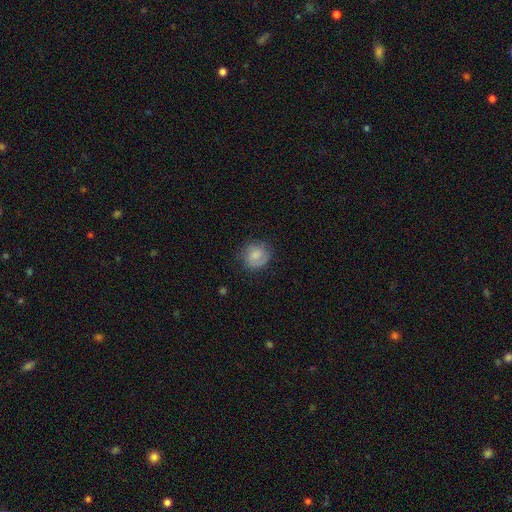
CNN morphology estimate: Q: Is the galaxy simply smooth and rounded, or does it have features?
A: smooth — 71%.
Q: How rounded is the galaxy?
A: round — 80%.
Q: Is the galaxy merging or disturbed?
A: none — 72%.